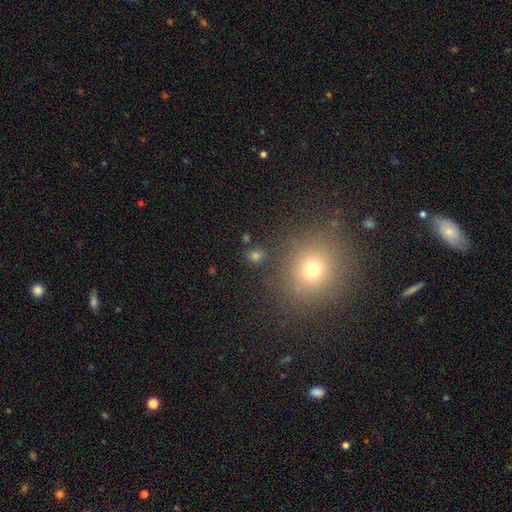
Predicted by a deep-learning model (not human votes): Smooth or featured? smooth (68%)
How rounded? round (74%)
Merging? none (81%)